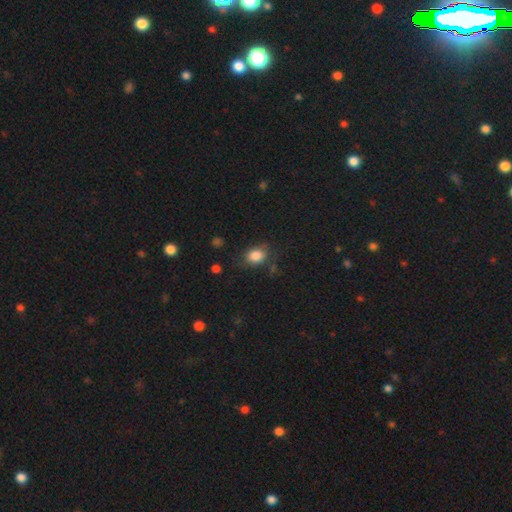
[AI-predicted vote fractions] A smooth galaxy with no disk features (85%) that is in between round and cigar-shaped (57%). Merging: none (72%).